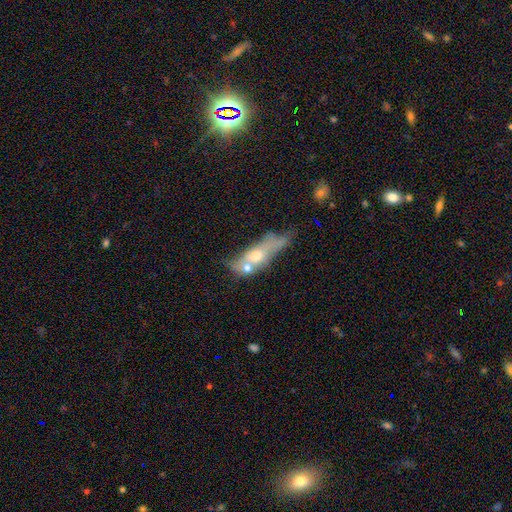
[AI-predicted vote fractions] Smooth or featured? featured or disk (50%)
Merging? merger (37%)